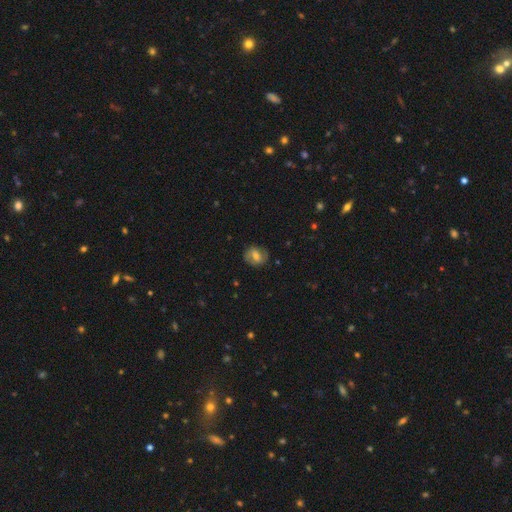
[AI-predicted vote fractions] featured or disk 46%, smooth 45%, star or artifact 9%. Down the decision tree: merging — none (81%).